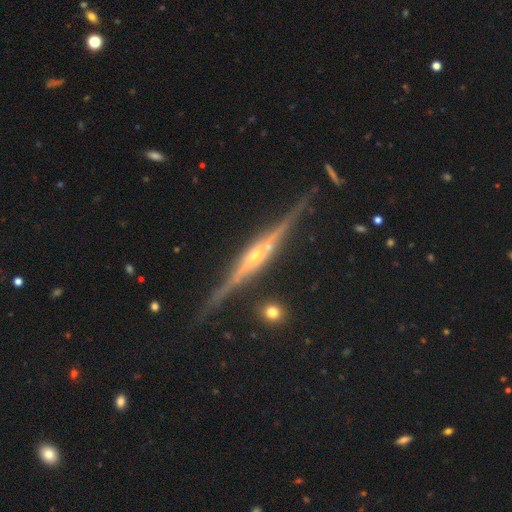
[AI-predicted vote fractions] Smooth or featured? Predicted: featured or disk (p=0.89). Edge-on disk? Predicted: yes (p=0.97). Edge-on bulge? Predicted: rounded (p=0.75). Merging? Predicted: none (p=0.84).